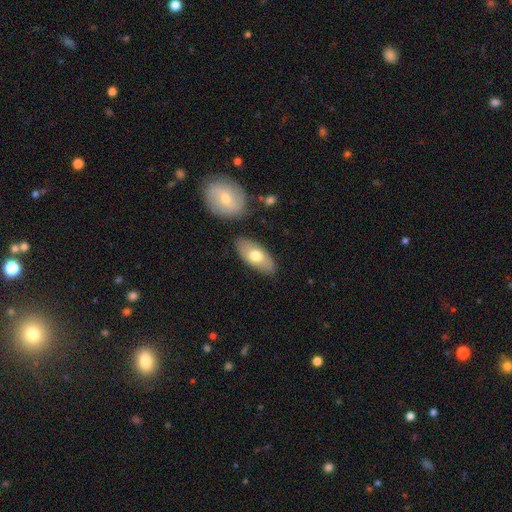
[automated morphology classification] This is likely a smooth galaxy (67%). How rounded: clearly in between (89%). Merging: clearly none (81%).